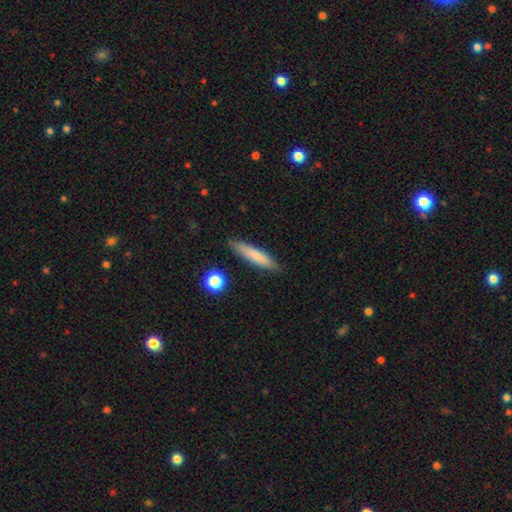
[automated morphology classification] Smooth or featured? smooth (78%)
How rounded? cigar-shaped (86%)
Merging? none (87%)